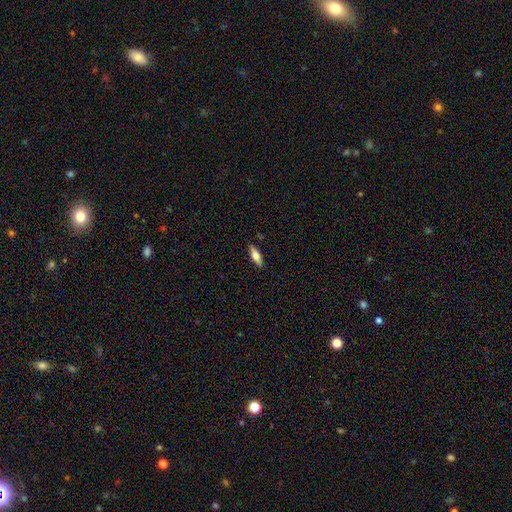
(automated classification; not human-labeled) Q: Smooth or featured?
A: smooth (59%); runner-up: featured or disk (35%)
Q: How rounded?
A: in between (50%); runner-up: cigar-shaped (47%)
Q: Merging?
A: none (89%); runner-up: minor disturbance (8%)